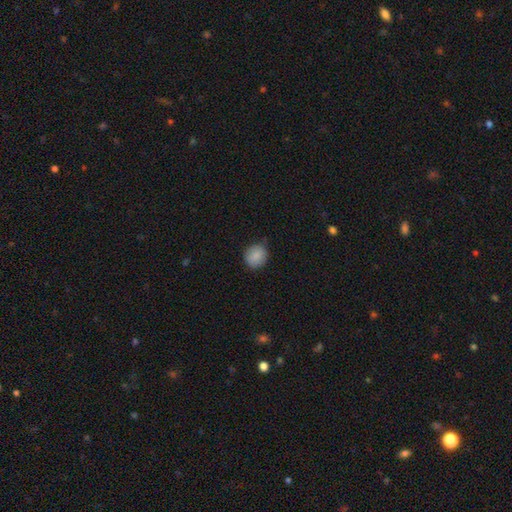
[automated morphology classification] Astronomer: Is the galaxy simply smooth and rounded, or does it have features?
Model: smooth — 87%.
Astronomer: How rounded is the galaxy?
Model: round — 82%.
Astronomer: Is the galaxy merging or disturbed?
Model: none — 78%.